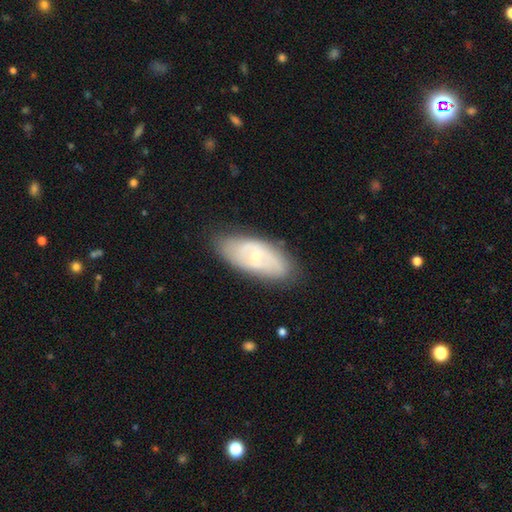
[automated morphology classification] This is likely a featured or disk galaxy (60%). It is clearly not viewed edge-on (89%). Bar: likely no (67%). Spiral arm pattern: likely yes (66%). Central bulge: likely small (71%). Merging: likely none (75%).